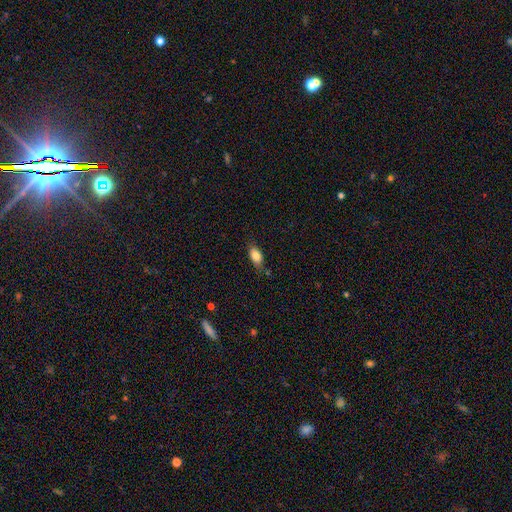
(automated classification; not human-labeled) The model was most divided on "merging": none: 73%, minor disturbance: 20%, major disturbance: 4%, merger: 3%. More confident: how rounded — in between (87%); smooth or featured — smooth (84%).